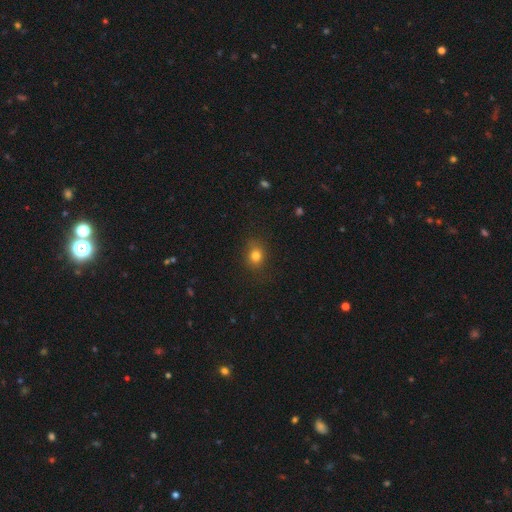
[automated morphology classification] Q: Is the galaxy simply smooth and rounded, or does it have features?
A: smooth — 79%.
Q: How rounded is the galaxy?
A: round — 64%.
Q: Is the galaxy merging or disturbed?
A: none — 81%.